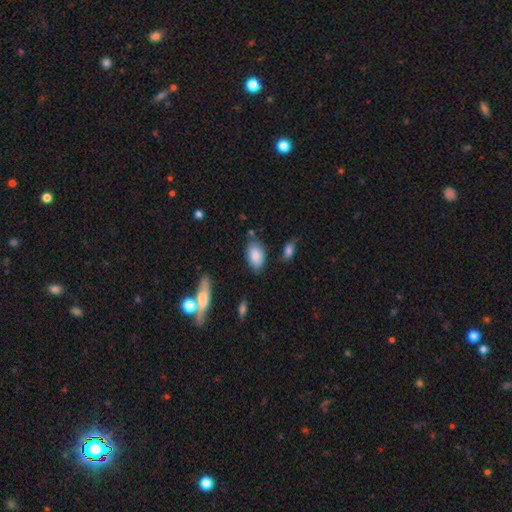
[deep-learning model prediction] Smooth or featured? smooth (84%)
How rounded? in between (93%)
Merging? none (73%)